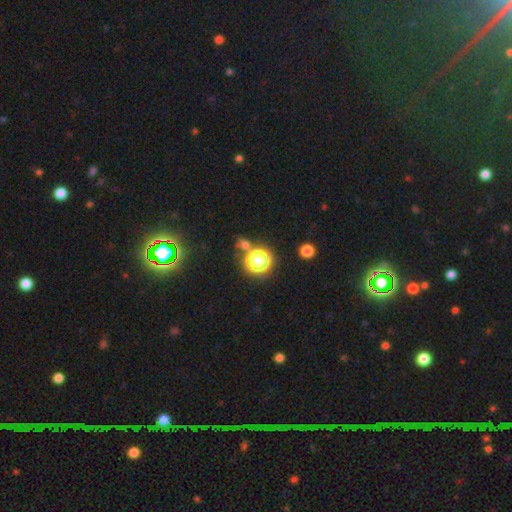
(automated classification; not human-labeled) A star or artifact, not a galaxy (67%).